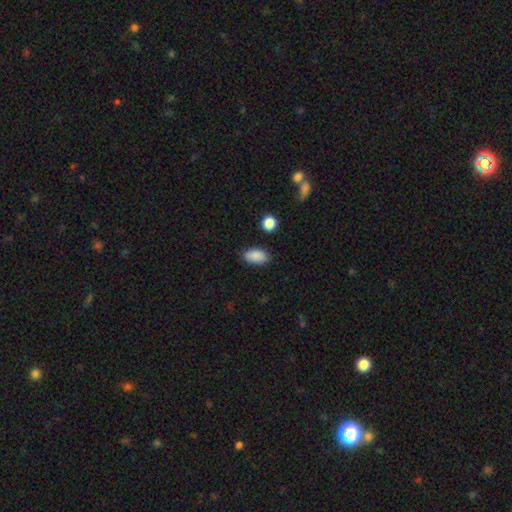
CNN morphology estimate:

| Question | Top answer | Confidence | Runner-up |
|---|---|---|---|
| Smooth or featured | smooth | 88% | star or artifact (8%) |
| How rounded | in between | 92% | round (5%) |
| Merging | none | 85% | minor disturbance (10%) |